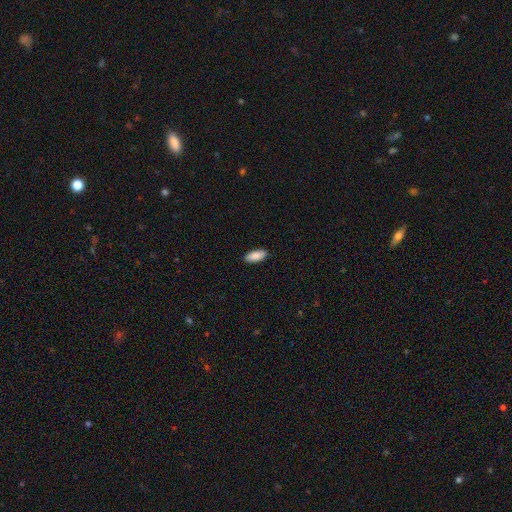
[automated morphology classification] Overall: smooth (89%). How rounded: in between (83%). Merging: none (90%).